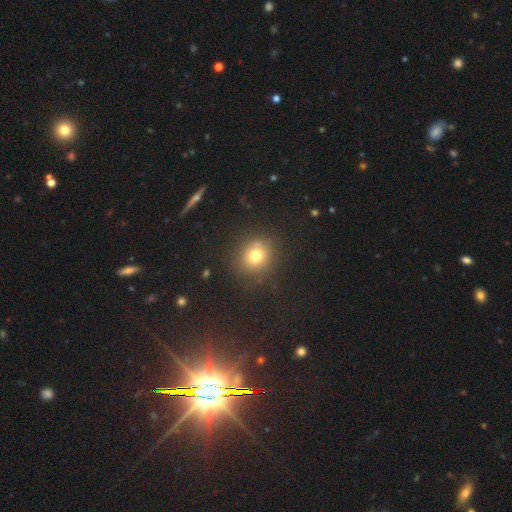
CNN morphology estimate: type=smooth (75%); roundness=round (84%); merging=none (82%).